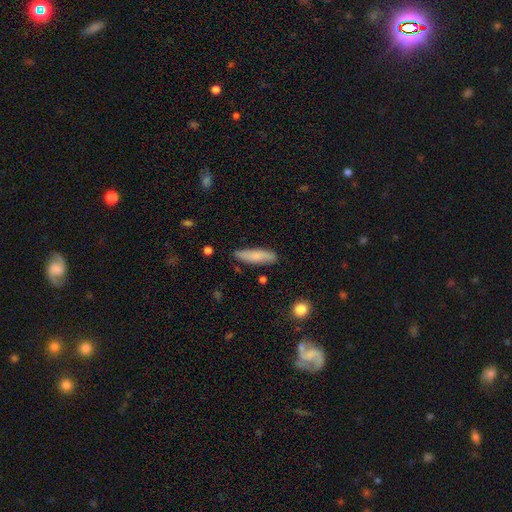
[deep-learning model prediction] The model was most divided on "how rounded": cigar-shaped: 68%, in between: 30%, round: 2%. More confident: merging — none (83%); smooth or featured — smooth (75%).